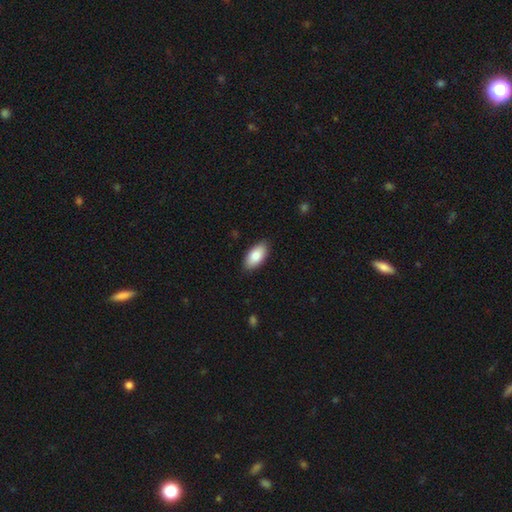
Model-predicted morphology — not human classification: type=smooth (84%); roundness=in between (93%); merging=none (88%).